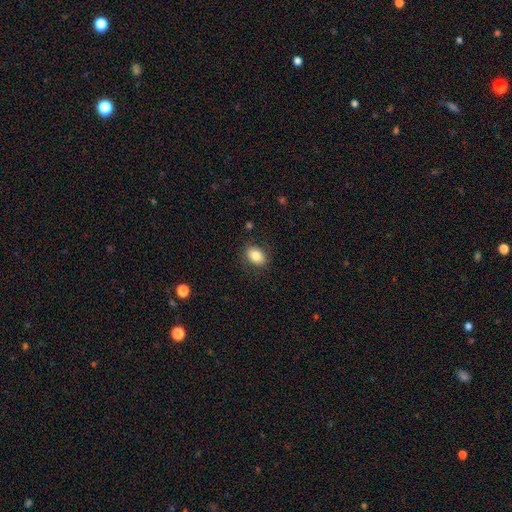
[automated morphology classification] A smooth galaxy with no disk features (82%) that is in between round and cigar-shaped (75%).

Vote fractions:
- Smooth or featured? smooth: 82% / featured or disk: 9% / star or artifact: 9%
- How rounded? in between: 75% / round: 23% / cigar-shaped: 1%
- Merging? none: 86% / minor disturbance: 10% / major disturbance: 3% / merger: 1%